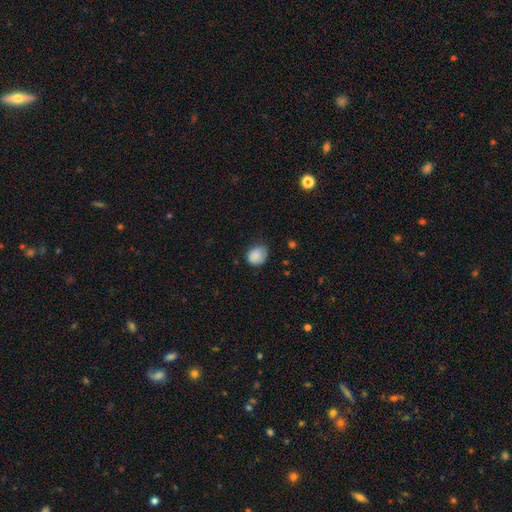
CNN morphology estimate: smooth 86%, star or artifact 8%, featured or disk 6%. Down the decision tree: how rounded — in between (50%); merging — none (61%).